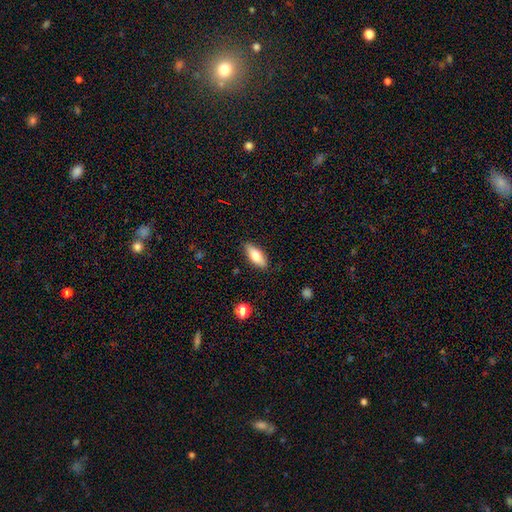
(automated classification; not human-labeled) Overall: smooth (73%). How rounded: in between (76%). Merging: none (85%).